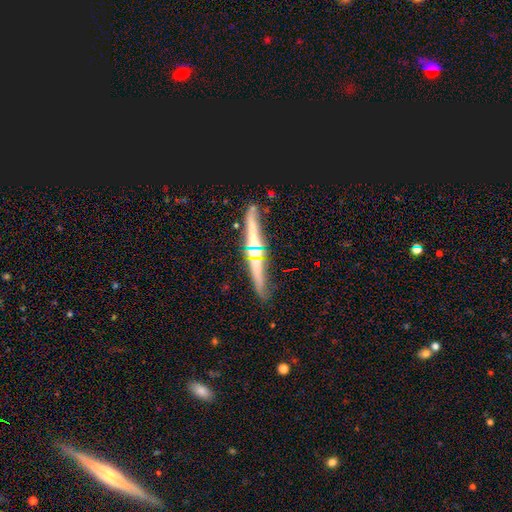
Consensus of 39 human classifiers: Smooth or featured? featured or disk (69%)
Edge-on disk? yes (100%)
Edge-on bulge? rounded (81%)
Merging? none (87%)